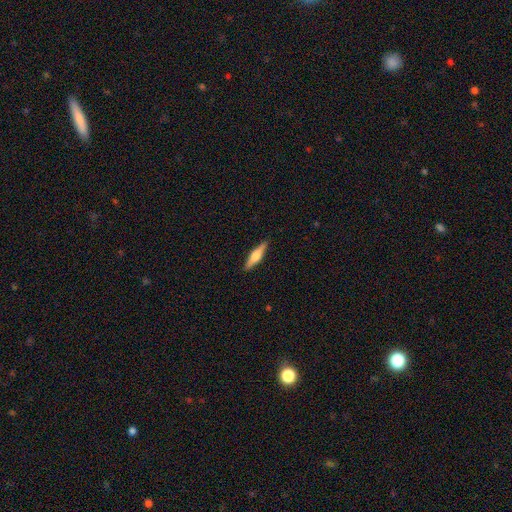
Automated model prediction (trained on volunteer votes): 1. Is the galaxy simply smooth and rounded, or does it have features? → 54% featured or disk, 40% smooth, 6% star or artifact.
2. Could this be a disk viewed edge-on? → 96% yes, 4% no.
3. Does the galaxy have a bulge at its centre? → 87% rounded, 9% boxy, 4% none.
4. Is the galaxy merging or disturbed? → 90% none, 7% minor disturbance, 2% major disturbance, 1% merger.